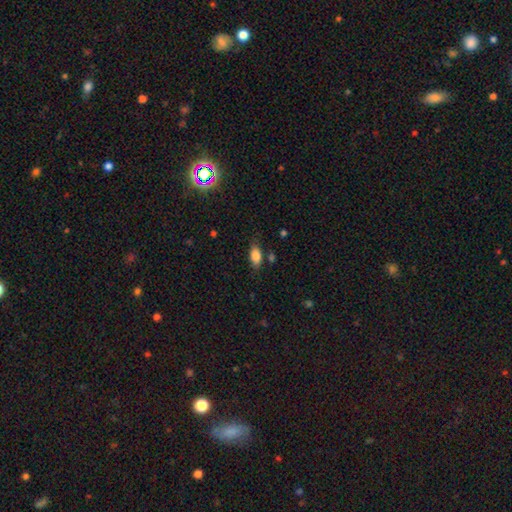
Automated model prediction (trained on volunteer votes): smooth 83%, featured or disk 9%, star or artifact 8%. Down the decision tree: how rounded — in between (88%); merging — none (75%).